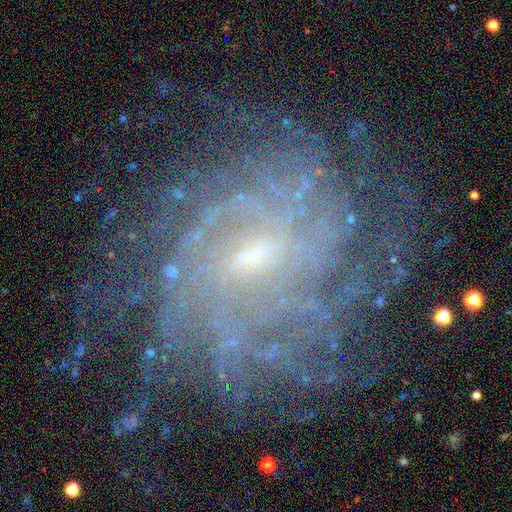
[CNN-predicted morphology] This is clearly a featured or disk galaxy (84%). It is clearly not viewed edge-on (97%). Bar: possibly weak (51%). Spiral arm pattern: clearly yes (94%). Spiral arm count: marginally can't tell (35%). Spiral winding: likely tight (73%). Central bulge: likely small (61%). Merging: likely none (77%).